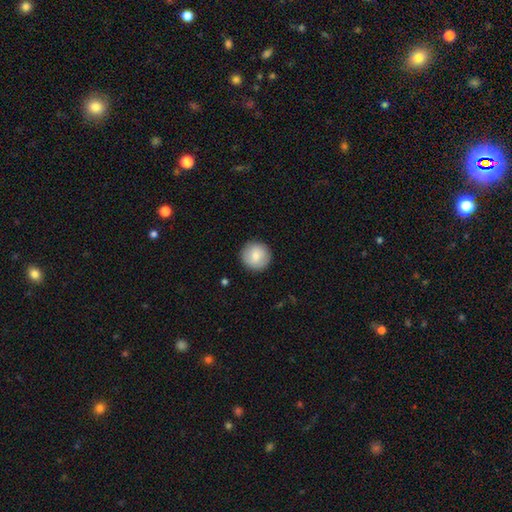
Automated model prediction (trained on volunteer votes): Overall: smooth (80%). How rounded: round (95%). Merging: none (90%).